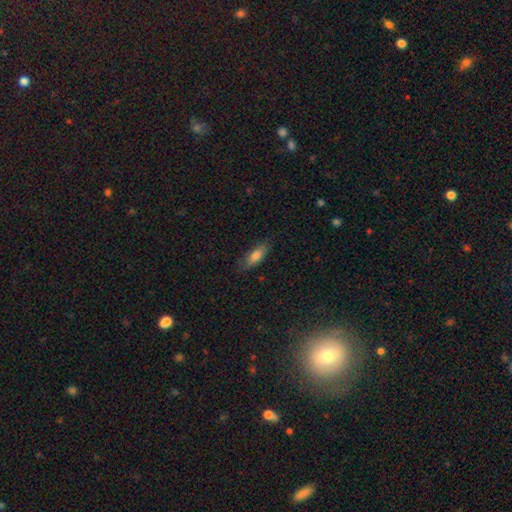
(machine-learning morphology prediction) This is likely a smooth galaxy (79%). How rounded: likely in between (62%). Merging: clearly none (81%).